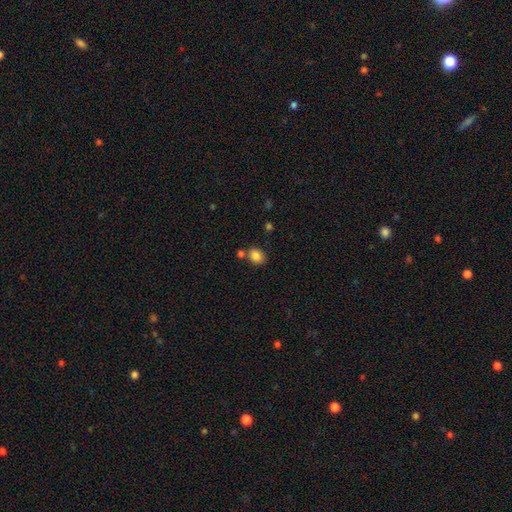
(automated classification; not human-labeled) smooth 84%, star or artifact 10%, featured or disk 6%. Down the decision tree: how rounded — round (51%); merging — none (70%).